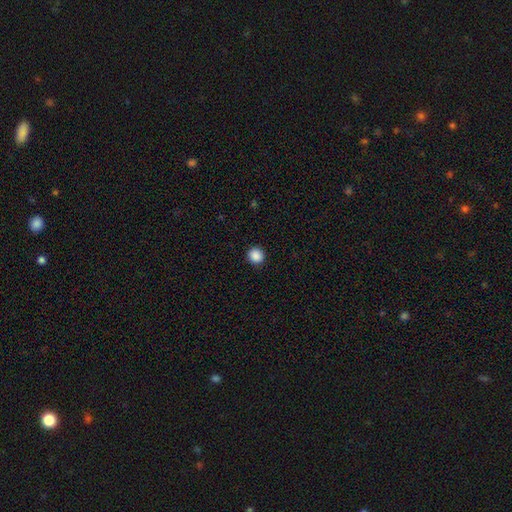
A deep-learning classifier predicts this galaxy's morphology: This appears to be a smooth galaxy with no disk features (88%) that is round (93%). Merging: none (93%).